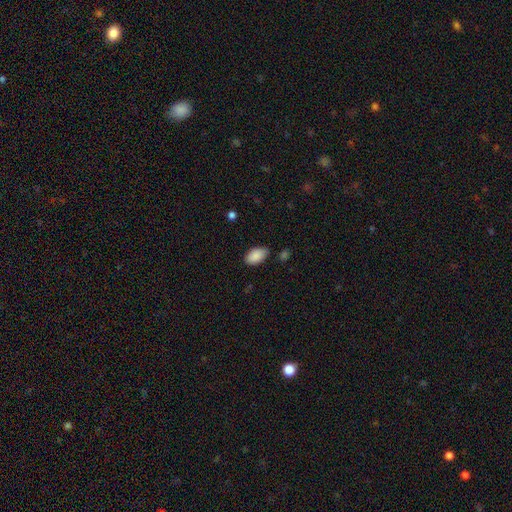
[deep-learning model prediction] Morphology: type=smooth (89%); roundness=in between (94%); merging=none (77%).